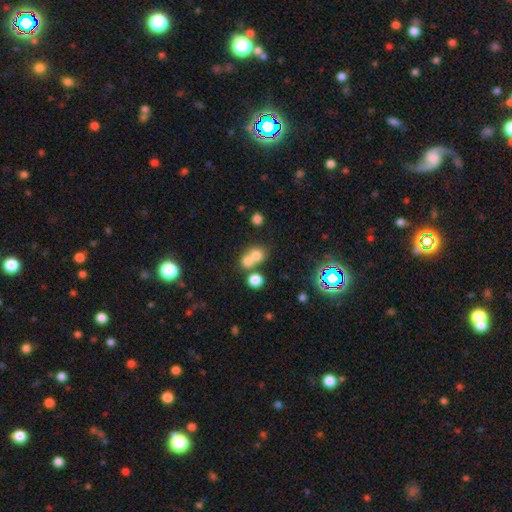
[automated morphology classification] Smooth or featured? smooth (70%)
How rounded? round (78%)
Merging? merger (52%)